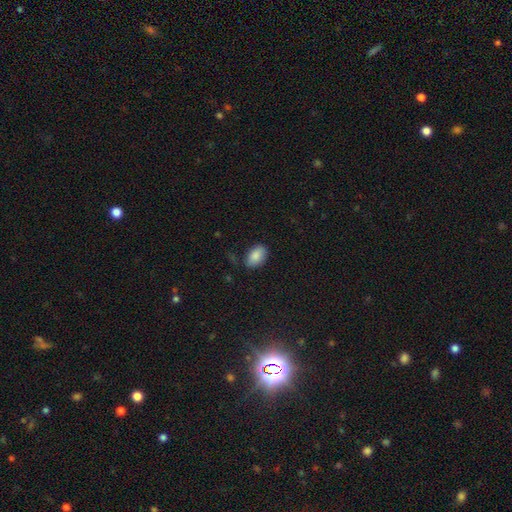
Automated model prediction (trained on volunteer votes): smooth 87%, star or artifact 7%, featured or disk 6%. Down the decision tree: how rounded — in between (90%); merging — none (76%).